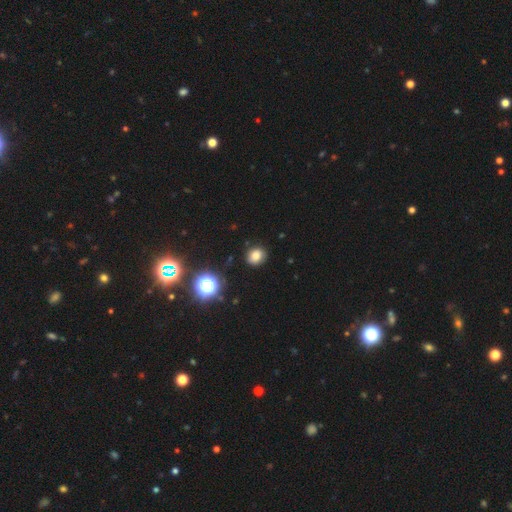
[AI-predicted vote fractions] The model was most divided on "how rounded": round: 70%, in between: 29%, cigar-shaped: 1%. More confident: merging — none (86%); smooth or featured — smooth (79%).